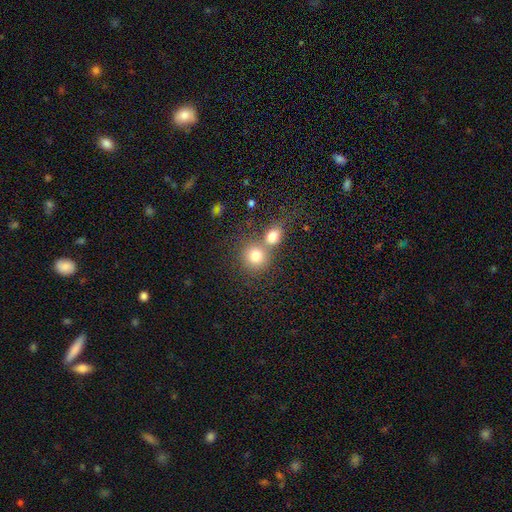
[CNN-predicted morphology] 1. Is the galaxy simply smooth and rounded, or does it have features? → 78% smooth, 11% star or artifact, 10% featured or disk.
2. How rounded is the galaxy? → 85% round, 14% in between, 1% cigar-shaped.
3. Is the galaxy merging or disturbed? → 46% none, 44% merger, 7% minor disturbance, 3% major disturbance.